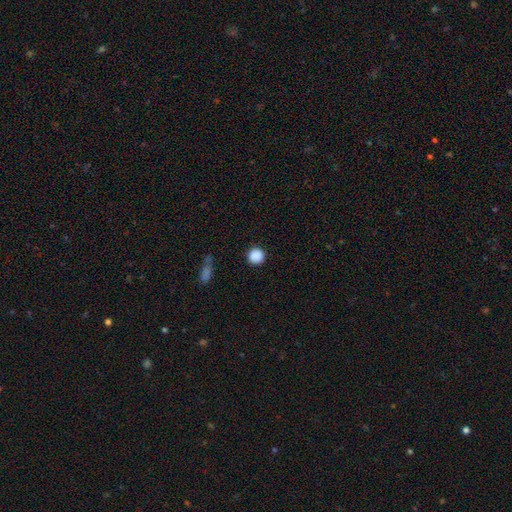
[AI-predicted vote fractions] A smooth galaxy with no disk features (87%) that is round (94%). Merging: none (88%).